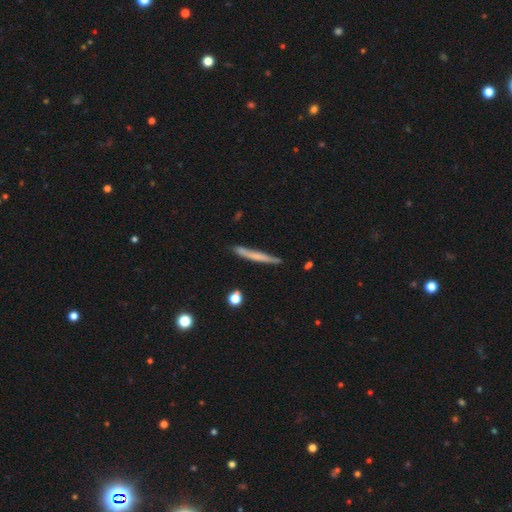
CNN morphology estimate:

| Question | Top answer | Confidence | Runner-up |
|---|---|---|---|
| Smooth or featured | smooth | 56% | featured or disk (38%) |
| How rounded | cigar-shaped | 96% | in between (2%) |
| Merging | none | 83% | minor disturbance (13%) |